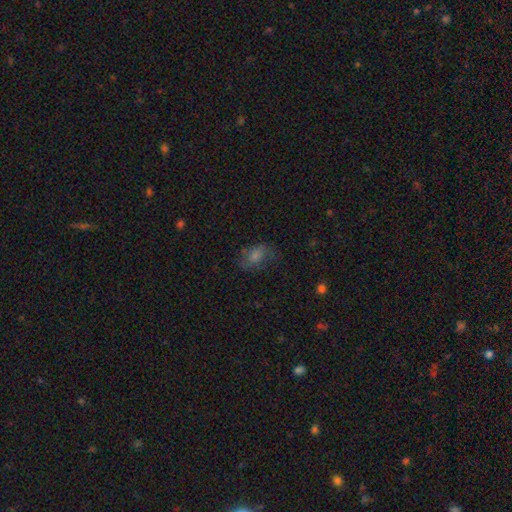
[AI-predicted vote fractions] Q: Smooth or featured?
A: smooth (52%); runner-up: featured or disk (27%)
Q: How rounded?
A: in between (78%); runner-up: round (20%)
Q: Merging?
A: none (64%); runner-up: minor disturbance (22%)